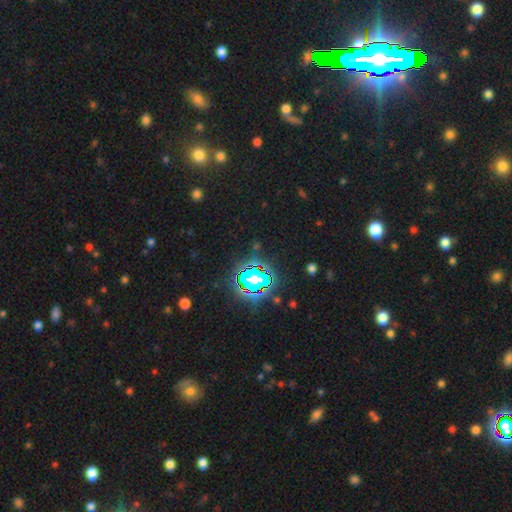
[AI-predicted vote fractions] Smooth or featured? Predicted: star or artifact (p=0.81).